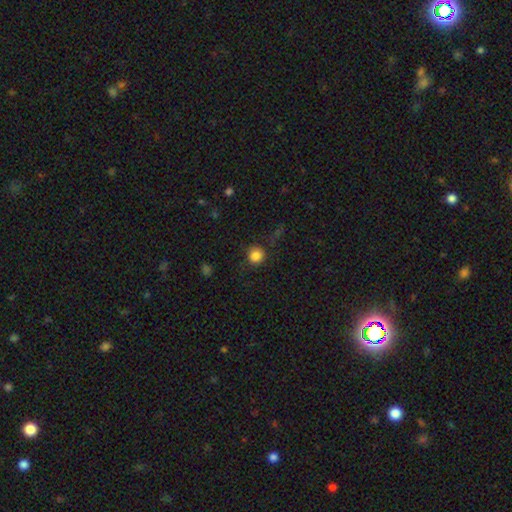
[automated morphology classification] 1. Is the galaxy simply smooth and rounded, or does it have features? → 84% smooth, 11% star or artifact, 5% featured or disk.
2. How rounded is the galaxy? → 92% round, 7% in between, 1% cigar-shaped.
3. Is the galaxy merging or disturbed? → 84% none, 10% minor disturbance, 4% major disturbance, 2% merger.